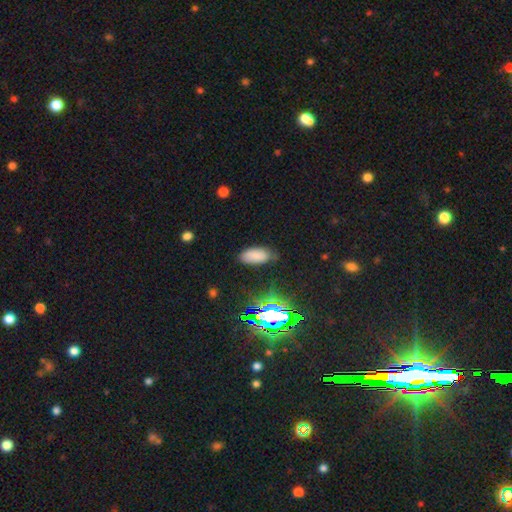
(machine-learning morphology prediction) Smooth or featured? Predicted: smooth (p=0.75). How rounded? Predicted: in between (p=0.91). Merging? Predicted: none (p=0.76).